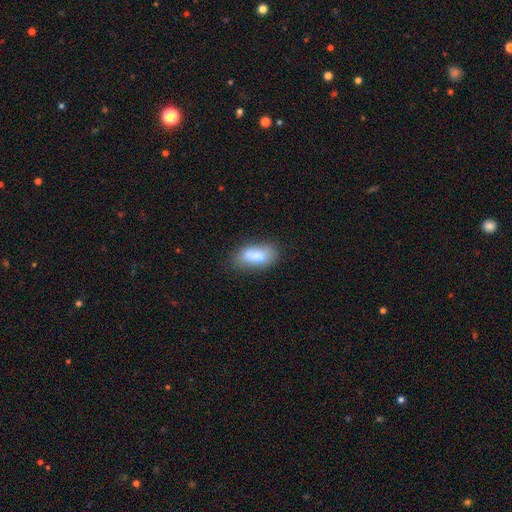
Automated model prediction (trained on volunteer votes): The model was most divided on "merging": none: 63%, minor disturbance: 24%, major disturbance: 8%, merger: 6%. More confident: how rounded — in between (86%); smooth or featured — smooth (79%).